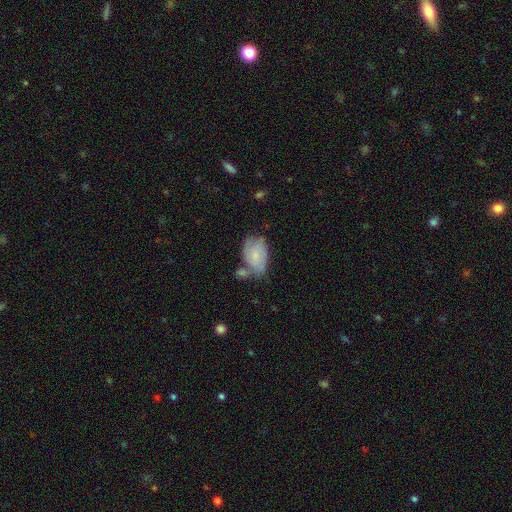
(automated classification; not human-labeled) Smooth or featured? smooth (61%)
How rounded? in between (87%)
Merging? none (42%)